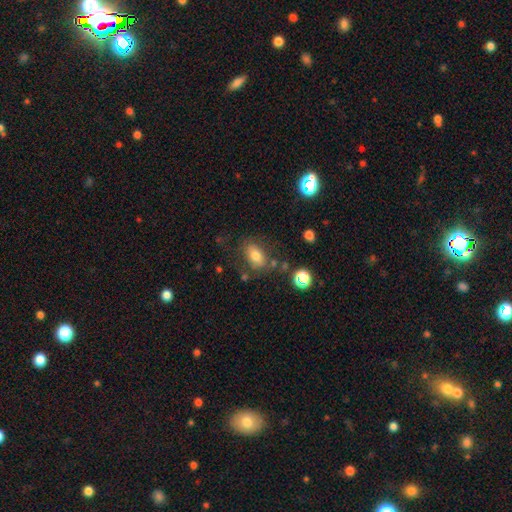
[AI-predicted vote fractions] Smooth or featured?
  - smooth: 73% *
  - featured or disk: 15%
  - star or artifact: 12%
How rounded?
  - in between: 84% *
  - round: 14%
  - cigar-shaped: 3%
Merging?
  - none: 69% *
  - minor disturbance: 16%
  - major disturbance: 8%
  - merger: 7%